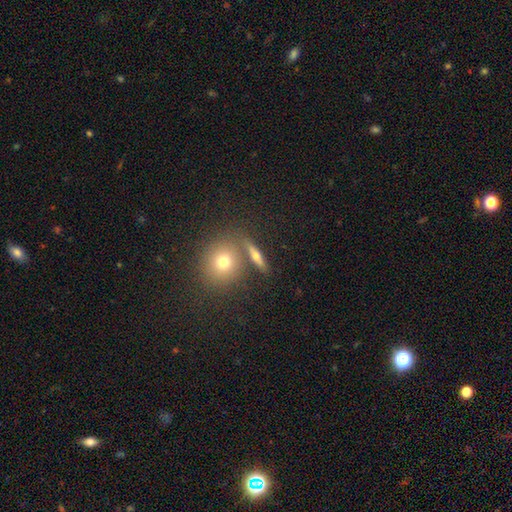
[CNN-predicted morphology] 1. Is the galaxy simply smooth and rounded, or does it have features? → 53% smooth, 33% featured or disk, 14% star or artifact.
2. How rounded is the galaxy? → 37% cigar-shaped, 36% round, 27% in between.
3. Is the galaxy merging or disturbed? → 76% none, 11% merger, 9% minor disturbance, 4% major disturbance.